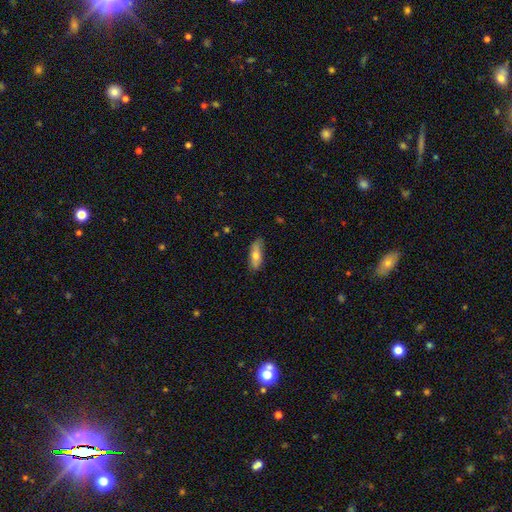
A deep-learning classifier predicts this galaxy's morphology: Smooth or featured? Predicted: smooth (p=0.67). How rounded? Predicted: in between (p=0.56). Merging? Predicted: none (p=0.78).